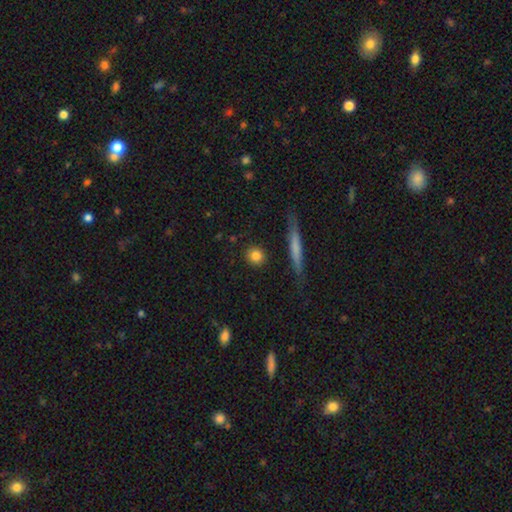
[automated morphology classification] Smooth or featured?
  - smooth: 82% *
  - featured or disk: 9%
  - star or artifact: 9%
How rounded?
  - round: 84% *
  - in between: 12%
  - cigar-shaped: 5%
Merging?
  - none: 88% *
  - minor disturbance: 8%
  - merger: 2%
  - major disturbance: 2%